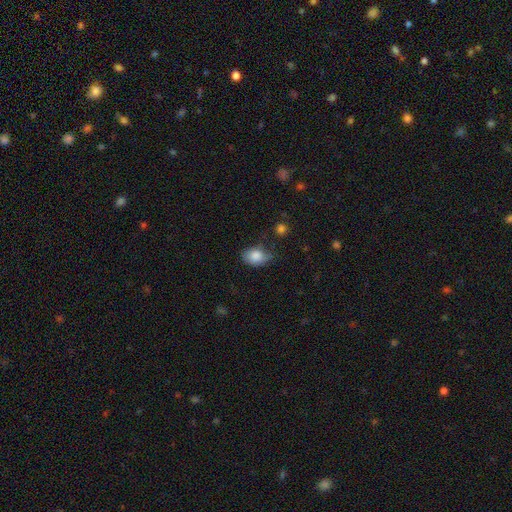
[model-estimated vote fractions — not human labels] smooth-or-featured: smooth: 84% | star or artifact: 8% | featured or disk: 8%
  how-rounded: in between: 73% | round: 26% | cigar-shaped: 1%
  merging: none: 50% | minor disturbance: 37% | major disturbance: 10% | merger: 3%